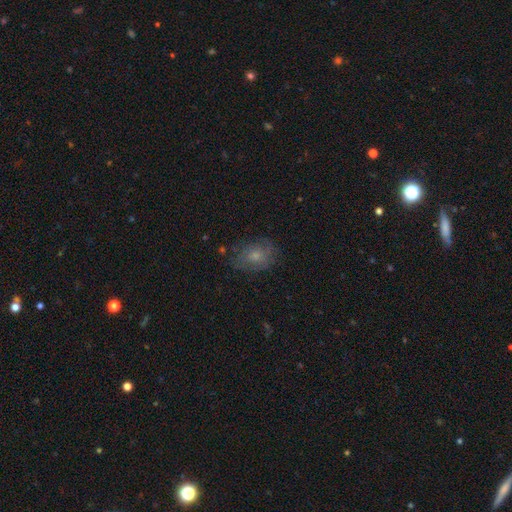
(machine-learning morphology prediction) This is likely a smooth galaxy (60%). How rounded: likely in between (67%). Merging: likely none (67%).